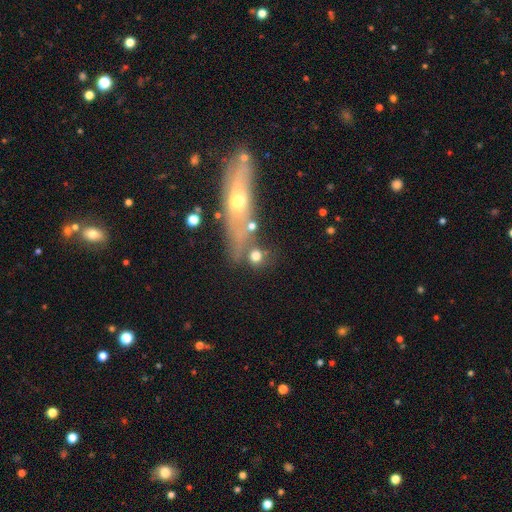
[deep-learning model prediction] smooth-or-featured: smooth: 72% | star or artifact: 14% | featured or disk: 14%
  how-rounded: round: 74% | in between: 19% | cigar-shaped: 6%
  merging: none: 52% | merger: 24% | minor disturbance: 13% | major disturbance: 11%